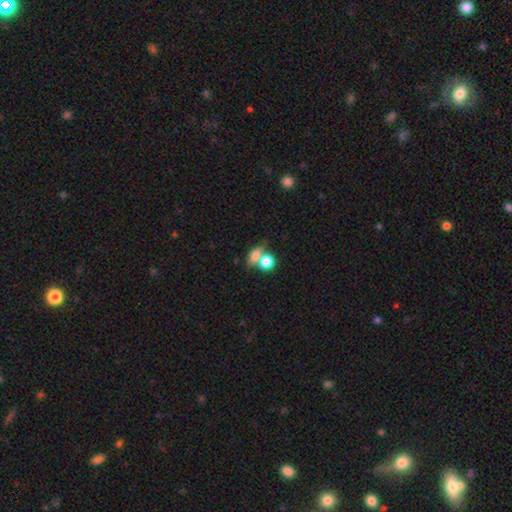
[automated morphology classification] type=smooth (76%); roundness=in between (61%); merging=merger (49%).